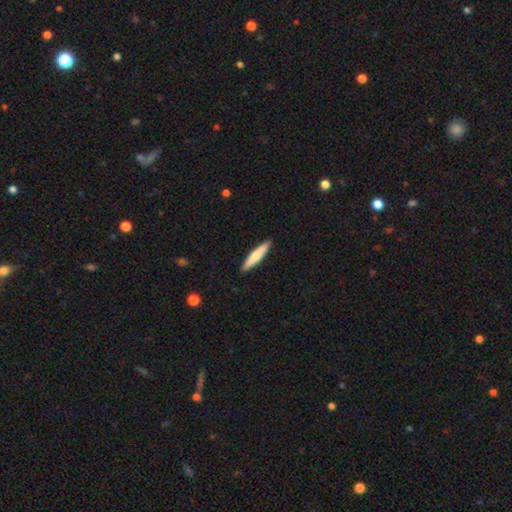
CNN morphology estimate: This appears to be a smooth galaxy with no disk features (67%) that is cigar-shaped (90%). Merging: none (91%).